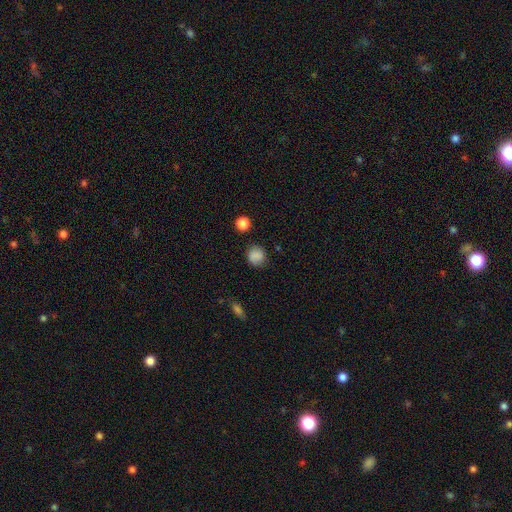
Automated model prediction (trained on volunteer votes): Morphology: type=smooth (84%); roundness=round (82%); merging=none (81%).